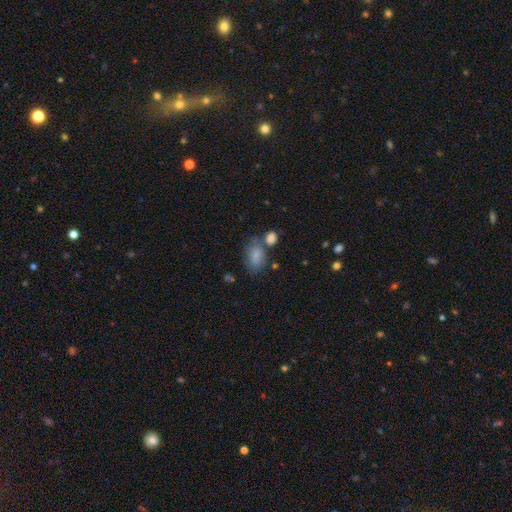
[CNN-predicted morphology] Overall: smooth (79%). How rounded: in between (84%). Merging: none (50%; merger 22%).